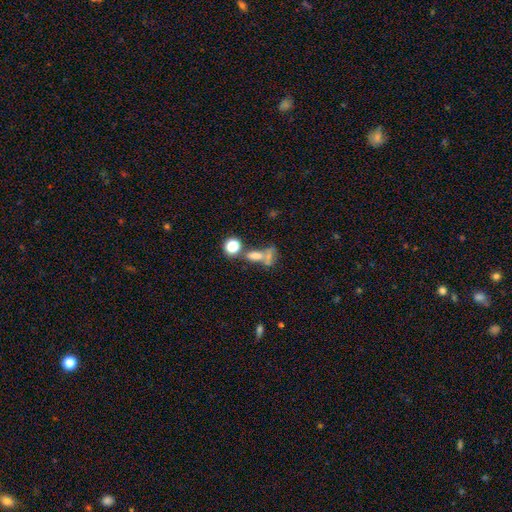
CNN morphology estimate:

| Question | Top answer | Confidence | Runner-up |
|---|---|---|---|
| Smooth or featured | smooth | 60% | featured or disk (21%) |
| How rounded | in between | 57% | round (24%) |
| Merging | merger | 44% | none (31%) |